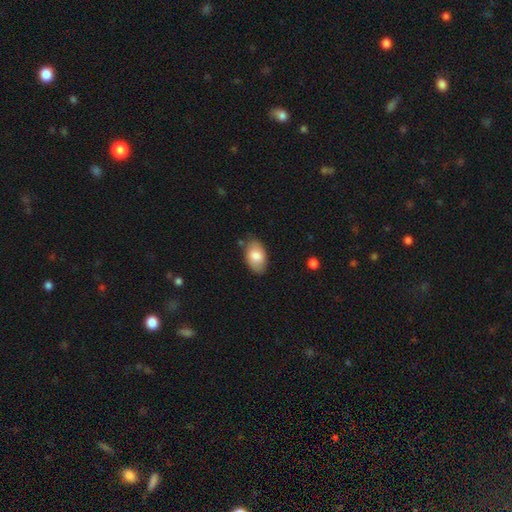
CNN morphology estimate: Smooth or featured?
  - smooth: 80% *
  - featured or disk: 14%
  - star or artifact: 6%
How rounded?
  - in between: 92% *
  - round: 6%
  - cigar-shaped: 1%
Merging?
  - none: 78% *
  - minor disturbance: 17%
  - major disturbance: 3%
  - merger: 2%